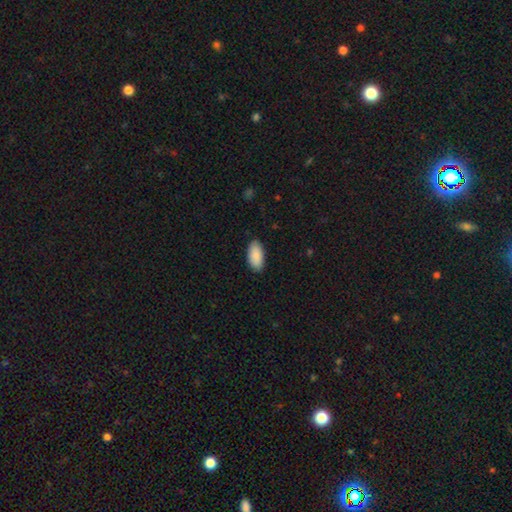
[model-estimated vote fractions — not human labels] Overall: smooth (90%). How rounded: in between (94%). Merging: none (88%).